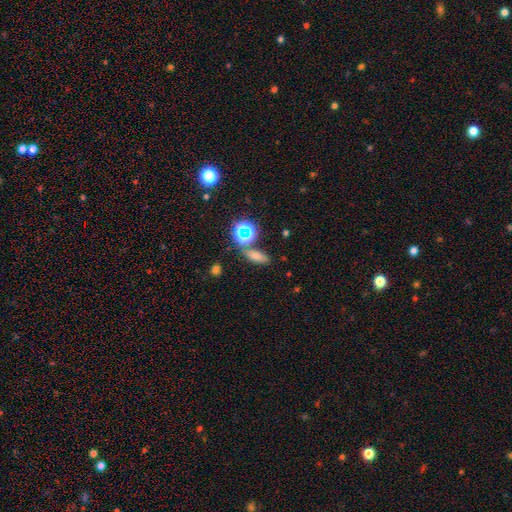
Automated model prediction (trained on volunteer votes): Q: Smooth or featured?
A: smooth (64%); runner-up: star or artifact (25%)
Q: How rounded?
A: in between (66%); runner-up: cigar-shaped (21%)
Q: Merging?
A: none (72%); runner-up: minor disturbance (13%)